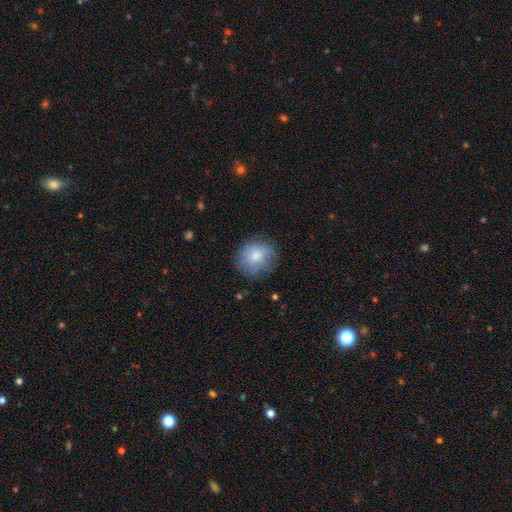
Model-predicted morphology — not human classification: smooth 76%, featured or disk 16%, star or artifact 8%. Down the decision tree: how rounded — round (76%); merging — none (74%).